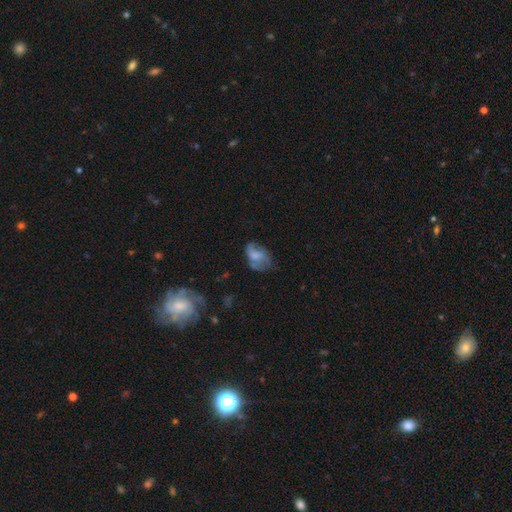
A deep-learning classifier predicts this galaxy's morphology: A smooth galaxy with no disk features (54%) that is in between round and cigar-shaped (81%). Merging: none (41%).